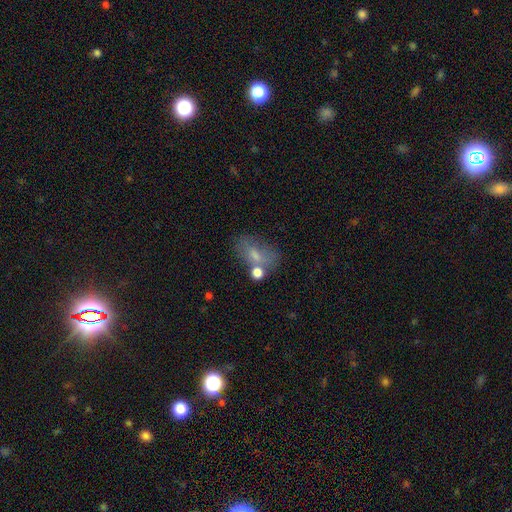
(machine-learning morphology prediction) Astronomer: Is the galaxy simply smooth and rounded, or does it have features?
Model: smooth — 56%.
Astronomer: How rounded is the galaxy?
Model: in between — 80%.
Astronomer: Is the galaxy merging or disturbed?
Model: none — 53%.